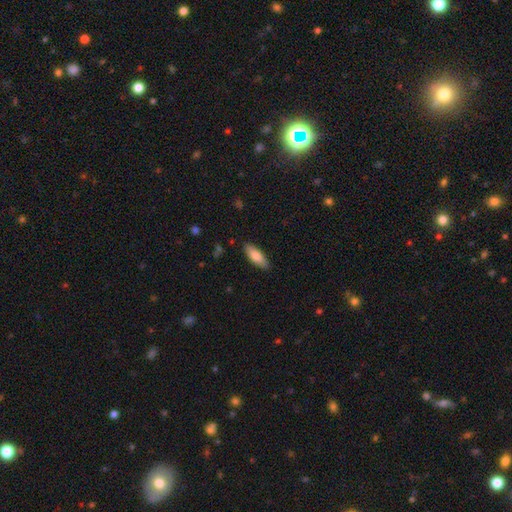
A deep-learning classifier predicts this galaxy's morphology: Overall: smooth (80%). How rounded: in between (70%). Merging: none (87%).